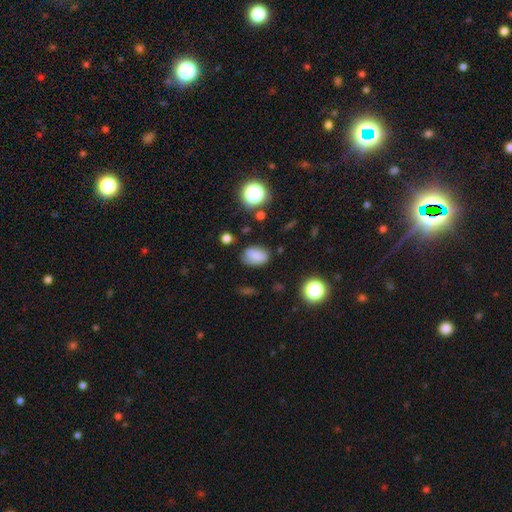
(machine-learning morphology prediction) smooth 79%, star or artifact 12%, featured or disk 9%. Down the decision tree: how rounded — in between (83%); merging — none (70%).